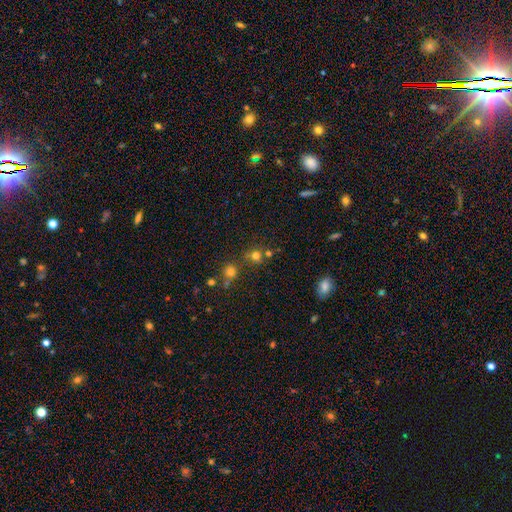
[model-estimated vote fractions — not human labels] A smooth galaxy with no disk features (69%) that is round (86%).

Vote fractions:
- Smooth or featured? smooth: 69% / star or artifact: 23% / featured or disk: 9%
- How rounded? round: 86% / in between: 13% / cigar-shaped: 1%
- Merging? none: 62% / merger: 22% / minor disturbance: 10% / major disturbance: 5%